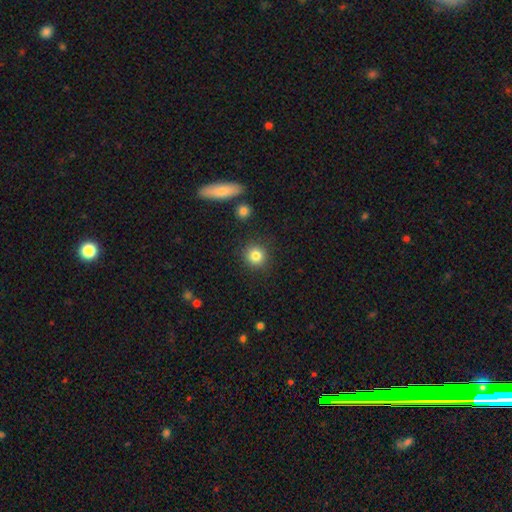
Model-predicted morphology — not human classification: smooth-or-featured: smooth: 84% | star or artifact: 10% | featured or disk: 6%
  how-rounded: round: 92% | in between: 6% | cigar-shaped: 1%
  merging: none: 90% | minor disturbance: 6% | major disturbance: 2% | merger: 2%